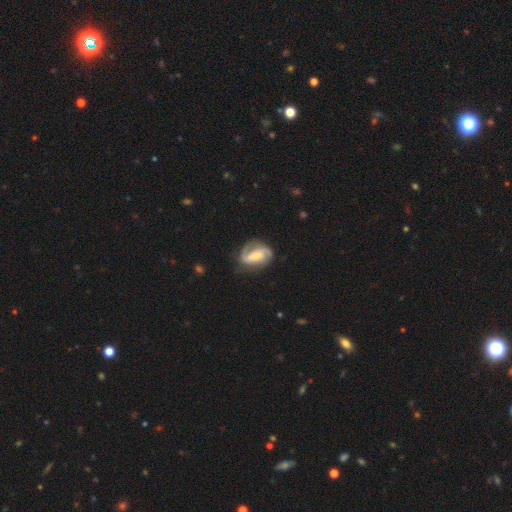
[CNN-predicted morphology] type=featured or disk (77%); edge-on=no (97%); bar=weak (38%); spiral arms=yes (93%); winding=medium (43%); arm count=2 (67%); bulge=small (50%); merging=none (67%).